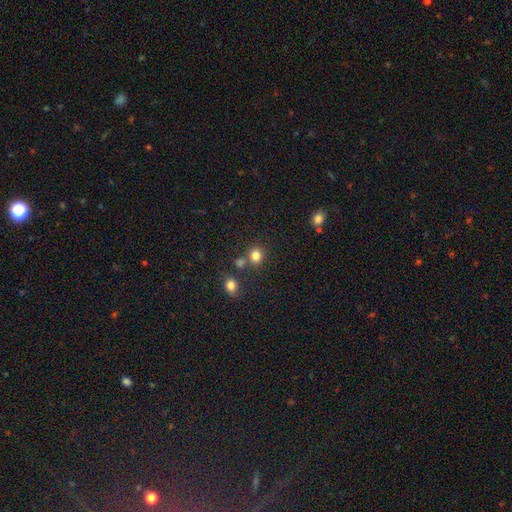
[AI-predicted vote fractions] This is clearly a smooth galaxy (81%). How rounded: clearly round (81%). Merging: likely none (72%).